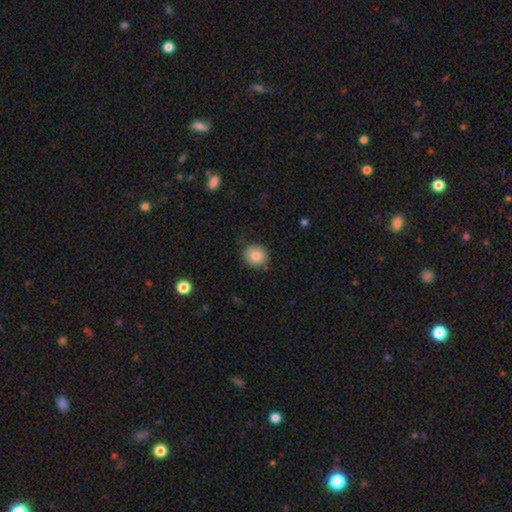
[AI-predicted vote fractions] Morphology: type=smooth (83%); roundness=round (85%); merging=none (86%).